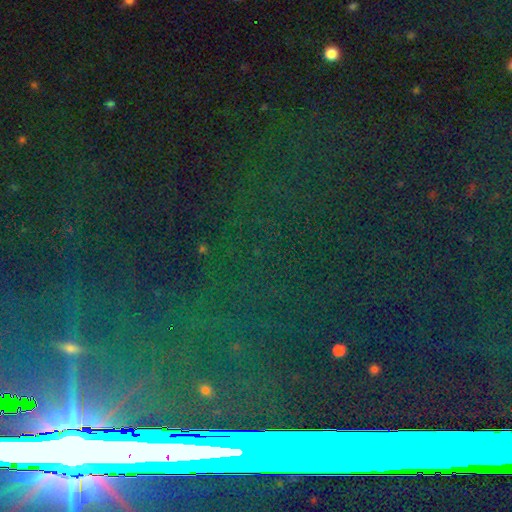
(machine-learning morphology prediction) Smooth or featured? star or artifact (78%)